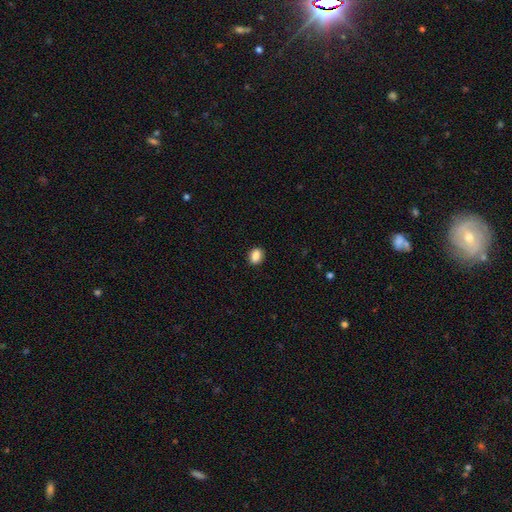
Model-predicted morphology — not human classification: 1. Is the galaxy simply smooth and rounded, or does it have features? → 88% smooth, 9% star or artifact, 3% featured or disk.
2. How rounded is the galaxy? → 60% in between, 39% round, 1% cigar-shaped.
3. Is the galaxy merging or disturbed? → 90% none, 7% minor disturbance, 2% major disturbance, 1% merger.